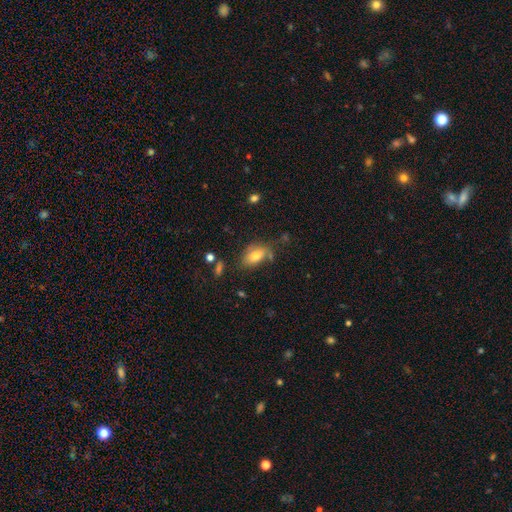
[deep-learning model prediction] Q: Smooth or featured?
A: smooth (72%); runner-up: featured or disk (18%)
Q: How rounded?
A: in between (90%); runner-up: round (7%)
Q: Merging?
A: none (61%); runner-up: minor disturbance (24%)